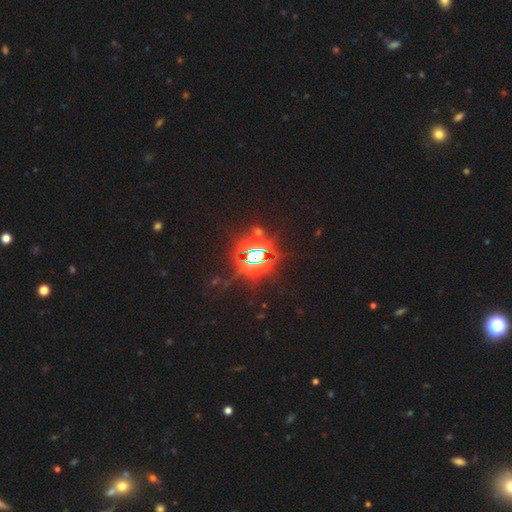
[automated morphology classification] Smooth or featured?
  - star or artifact: 83% *
  - smooth: 10%
  - featured or disk: 7%